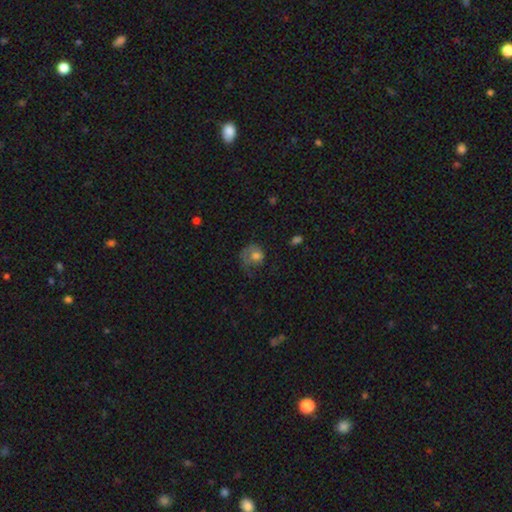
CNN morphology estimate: smooth_or_featured: smooth (p=0.65) [alt: featured or disk p=0.25]
how_rounded: round (p=0.61) [alt: in between p=0.38]
merging: major disturbance (p=0.43) [alt: none p=0.28]